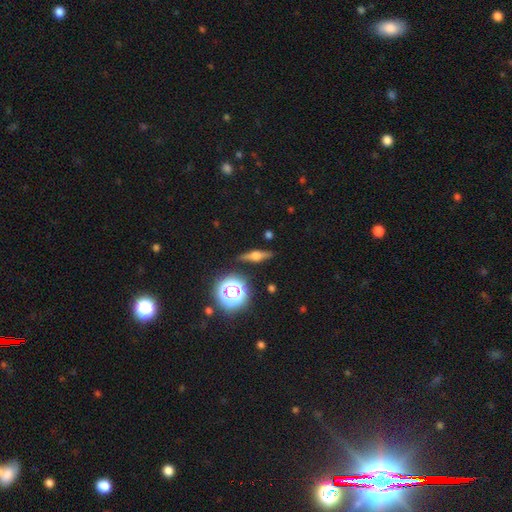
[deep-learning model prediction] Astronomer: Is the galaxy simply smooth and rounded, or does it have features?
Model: featured or disk — 65%.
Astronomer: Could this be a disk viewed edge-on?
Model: yes — 94%.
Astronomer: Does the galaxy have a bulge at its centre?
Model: rounded — 92%.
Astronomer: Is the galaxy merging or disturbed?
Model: none — 87%.